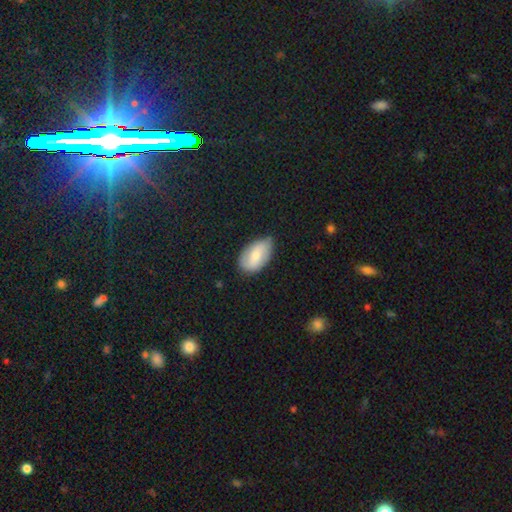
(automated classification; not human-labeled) The model was most divided on "smooth or featured": smooth: 63%, featured or disk: 30%, star or artifact: 6%. More confident: how rounded — in between (92%); merging — none (66%).